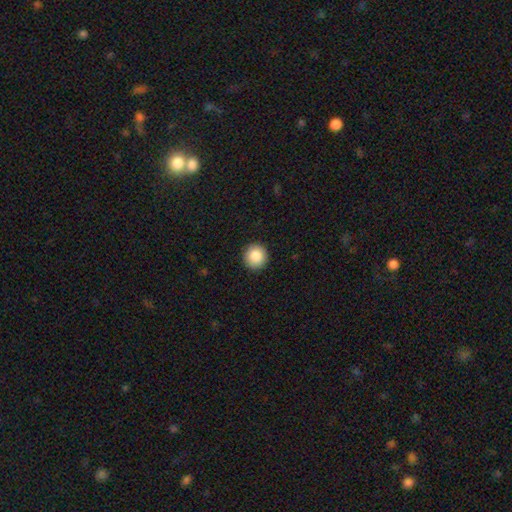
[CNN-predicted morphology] A smooth galaxy with no disk features (86%) that is round (94%).

Vote fractions:
- Smooth or featured? smooth: 86% / star or artifact: 8% / featured or disk: 5%
- How rounded? round: 94% / in between: 5% / cigar-shaped: 1%
- Merging? none: 92% / minor disturbance: 5% / major disturbance: 1% / merger: 1%